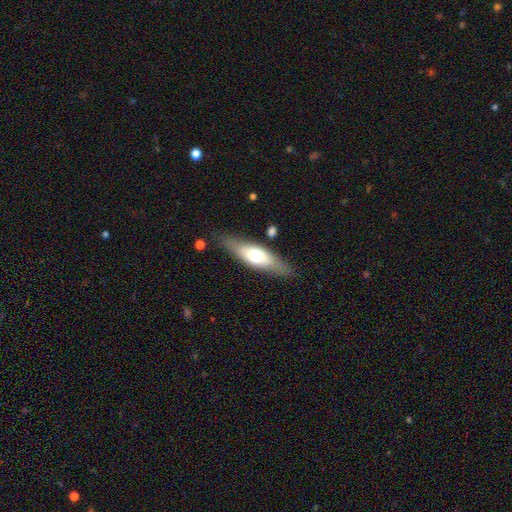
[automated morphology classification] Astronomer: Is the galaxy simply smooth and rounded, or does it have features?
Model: smooth — 53% (runner-up: featured or disk, 41%).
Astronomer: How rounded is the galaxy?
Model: in between — 50% (runner-up: cigar-shaped, 48%).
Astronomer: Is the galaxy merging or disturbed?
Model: none — 81%.